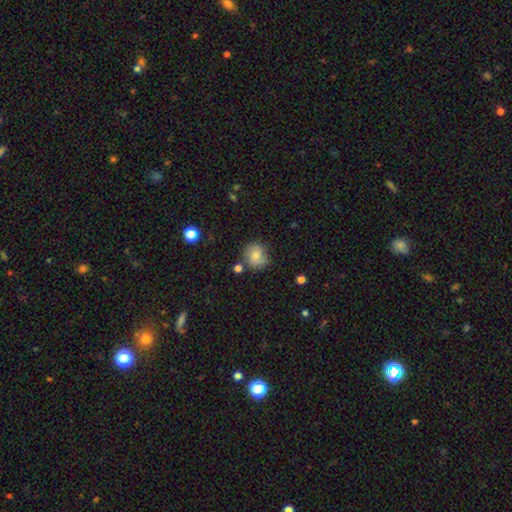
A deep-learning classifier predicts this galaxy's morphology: A smooth galaxy with no disk features (72%) that is round (82%). Merging: none (68%).